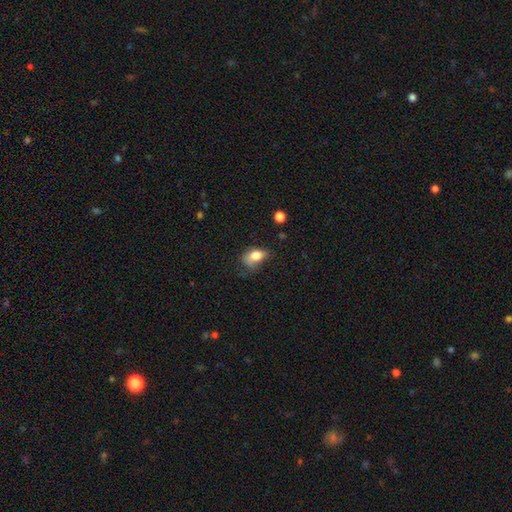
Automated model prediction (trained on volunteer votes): This is likely a smooth galaxy (78%). How rounded: clearly in between (81%). Merging: marginally minor disturbance (37%).